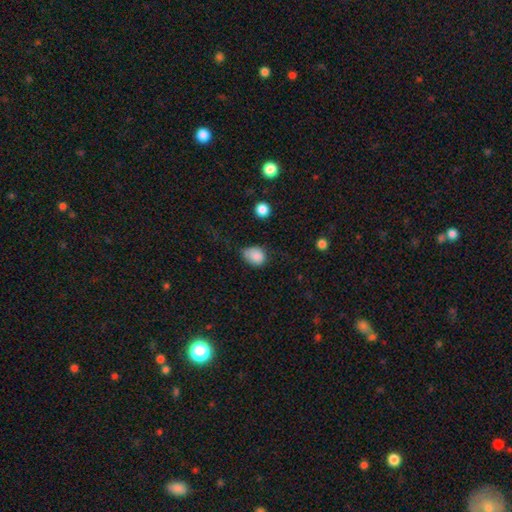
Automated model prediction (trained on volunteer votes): Overall: smooth (84%). How rounded: in between (55%; round 44%). Merging: none (44%; minor disturbance 41%).